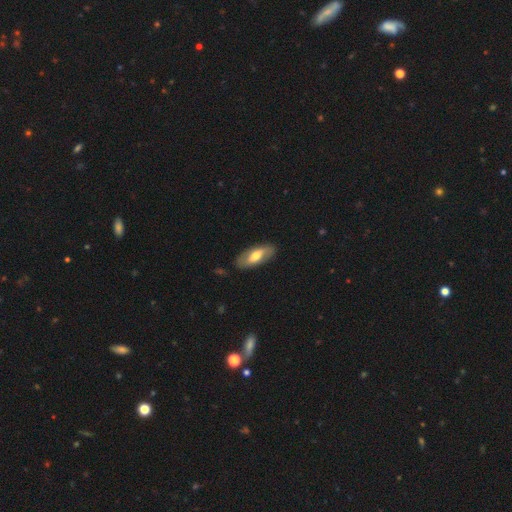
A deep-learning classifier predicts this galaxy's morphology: A smooth galaxy with no disk features (51%) that is in between round and cigar-shaped (81%).

Vote fractions:
- Smooth or featured? smooth: 51% / featured or disk: 43% / star or artifact: 5%
- How rounded? in between: 81% / cigar-shaped: 16% / round: 3%
- Merging? none: 84% / minor disturbance: 12% / major disturbance: 3% / merger: 1%